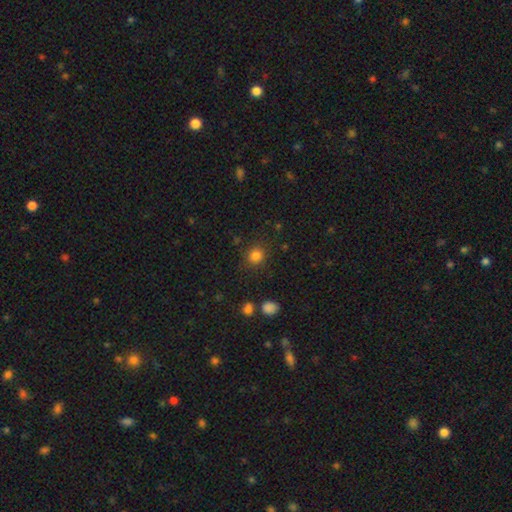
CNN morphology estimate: The model was most divided on "how rounded": round: 83%, in between: 16%, cigar-shaped: 1%. More confident: merging — none (85%); smooth or featured — smooth (82%).